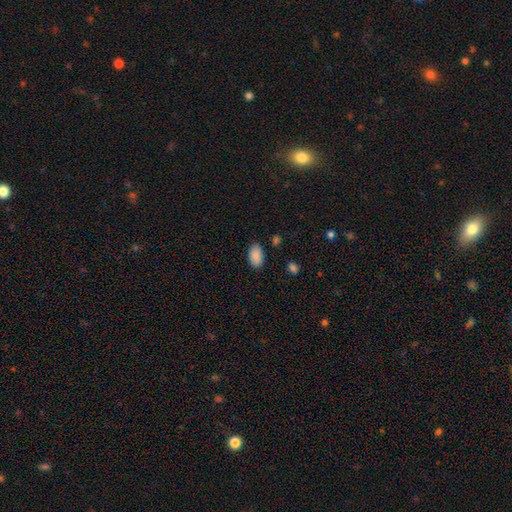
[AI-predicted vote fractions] A smooth galaxy with no disk features (89%) that is in between round and cigar-shaped (93%).

Vote fractions:
- Smooth or featured? smooth: 89% / star or artifact: 7% / featured or disk: 3%
- How rounded? in between: 93% / round: 6% / cigar-shaped: 1%
- Merging? none: 85% / minor disturbance: 11% / major disturbance: 3% / merger: 2%